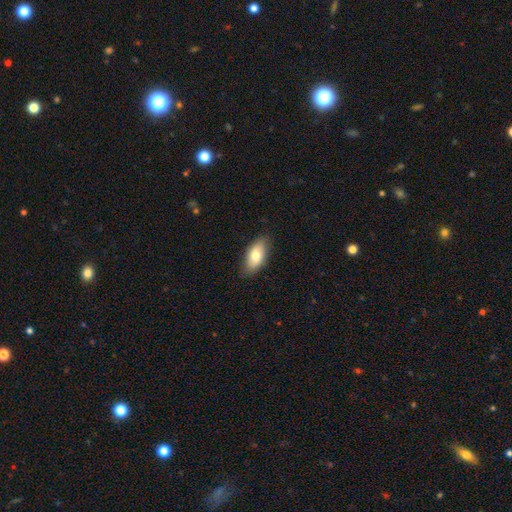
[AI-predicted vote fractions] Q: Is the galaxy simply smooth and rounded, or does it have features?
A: smooth — 76%.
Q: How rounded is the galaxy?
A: in between — 91%.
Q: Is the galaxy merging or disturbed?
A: none — 84%.